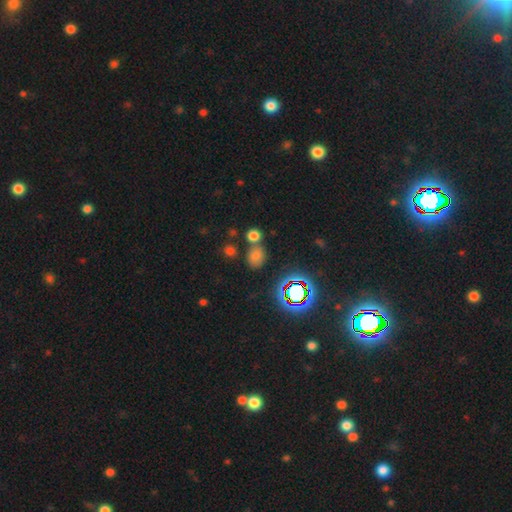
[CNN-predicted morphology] smooth_or_featured: smooth (p=0.68) [alt: star or artifact p=0.24]
how_rounded: round (p=0.54) [alt: in between p=0.45]
merging: none (p=0.63) [alt: merger p=0.23]